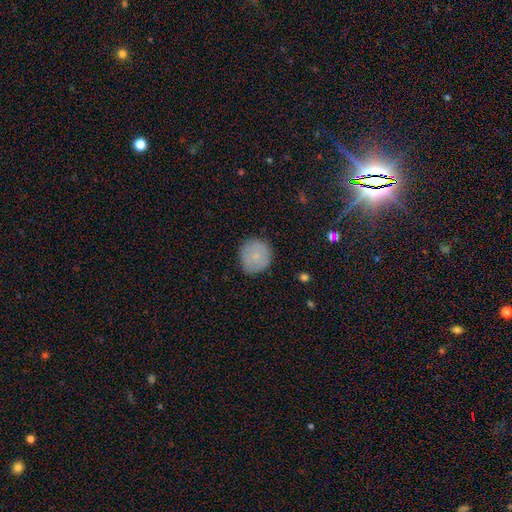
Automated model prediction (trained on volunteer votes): Smooth or featured? smooth (78%)
How rounded? round (91%)
Merging? none (83%)